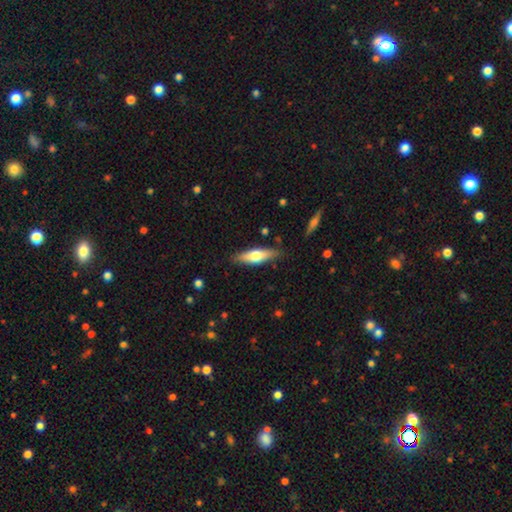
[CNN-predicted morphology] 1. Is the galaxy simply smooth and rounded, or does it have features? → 56% smooth, 39% featured or disk, 5% star or artifact.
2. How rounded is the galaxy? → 52% cigar-shaped, 46% in between, 2% round.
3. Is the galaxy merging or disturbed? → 85% none, 11% minor disturbance, 2% major disturbance, 2% merger.